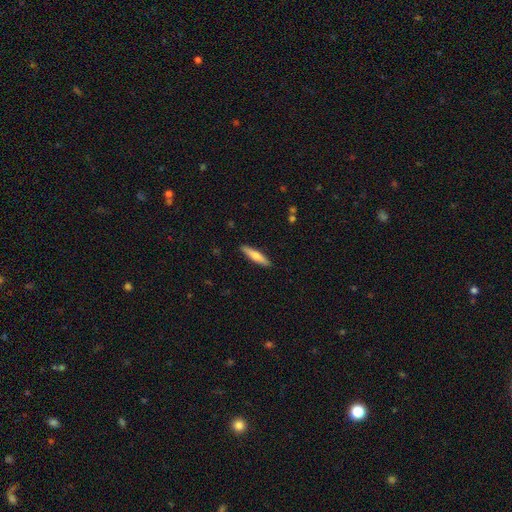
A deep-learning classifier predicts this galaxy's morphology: Overall: smooth (65%; featured or disk 30%). How rounded: cigar-shaped (84%). Merging: none (91%).